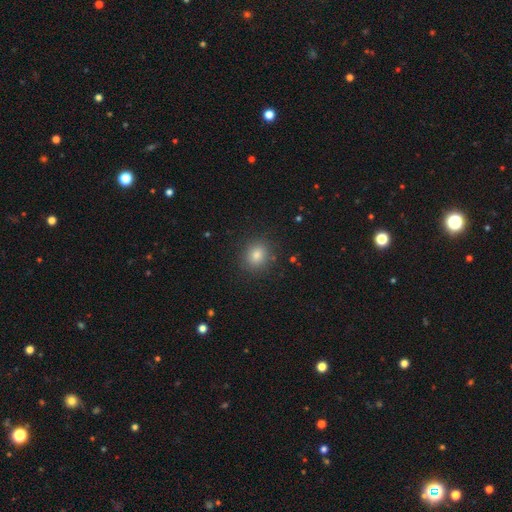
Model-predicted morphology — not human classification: Smooth or featured?
  - smooth: 80% *
  - star or artifact: 14%
  - featured or disk: 7%
How rounded?
  - round: 76% *
  - in between: 23%
  - cigar-shaped: 1%
Merging?
  - none: 89% *
  - minor disturbance: 7%
  - major disturbance: 3%
  - merger: 1%